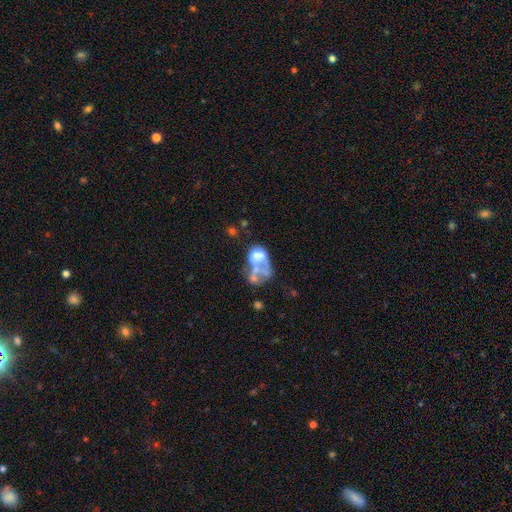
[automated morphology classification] Overall: featured or disk (51%; smooth 36%). Edge-on disk: no (98%). Bar: no (93%). Spiral arms: no (95%). Bulge size: none (61%). Merging: merger (47%; major disturbance 27%).